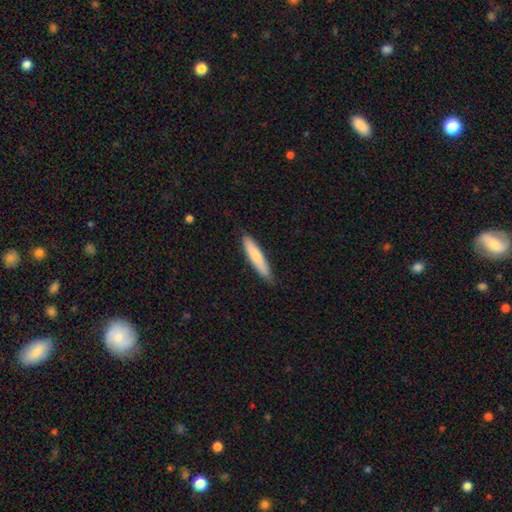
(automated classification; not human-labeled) smooth_or_featured: smooth (p=0.73) [alt: featured or disk p=0.21]
how_rounded: cigar-shaped (p=0.86) [alt: in between p=0.13]
merging: none (p=0.83) [alt: minor disturbance p=0.14]